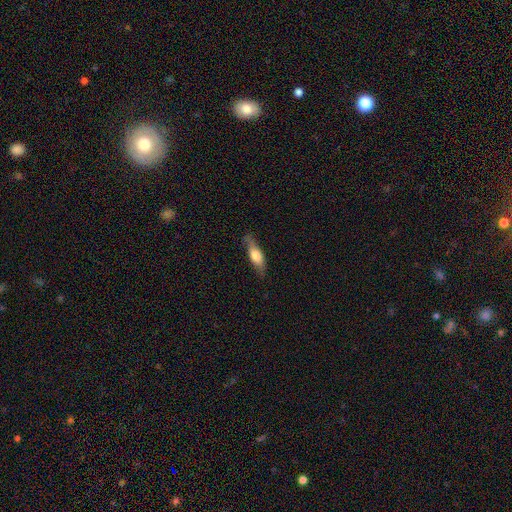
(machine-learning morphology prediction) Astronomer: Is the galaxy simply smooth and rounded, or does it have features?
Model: smooth — 63%.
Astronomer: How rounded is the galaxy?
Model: in between — 49% (runner-up: cigar-shaped, 48%).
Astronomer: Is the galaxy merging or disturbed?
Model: none — 71%.